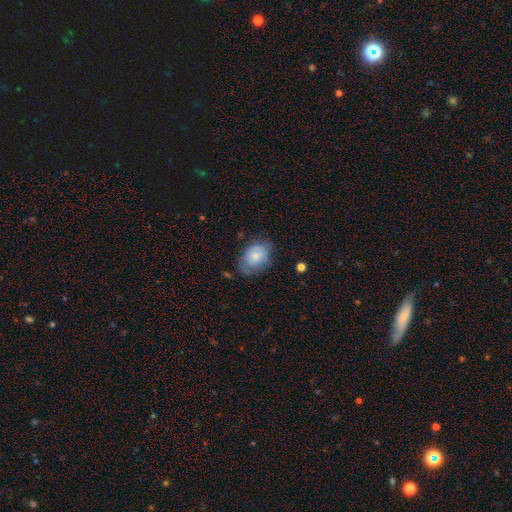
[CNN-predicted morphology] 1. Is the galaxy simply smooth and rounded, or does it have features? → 68% smooth, 25% featured or disk, 8% star or artifact.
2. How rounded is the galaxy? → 78% in between, 21% round, 1% cigar-shaped.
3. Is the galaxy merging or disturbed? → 62% none, 27% minor disturbance, 9% major disturbance, 2% merger.